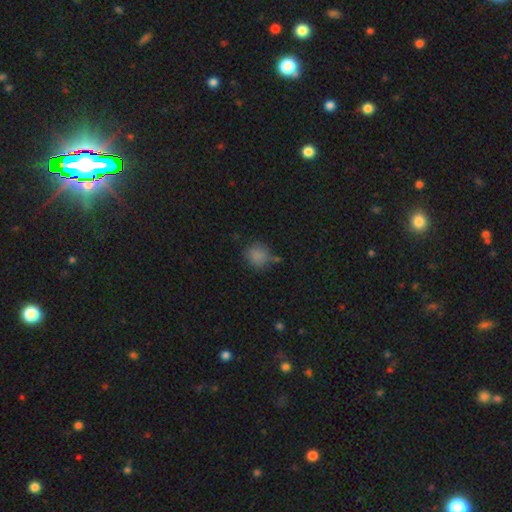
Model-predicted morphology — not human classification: Overall: smooth (81%). How rounded: round (86%). Merging: none (72%).